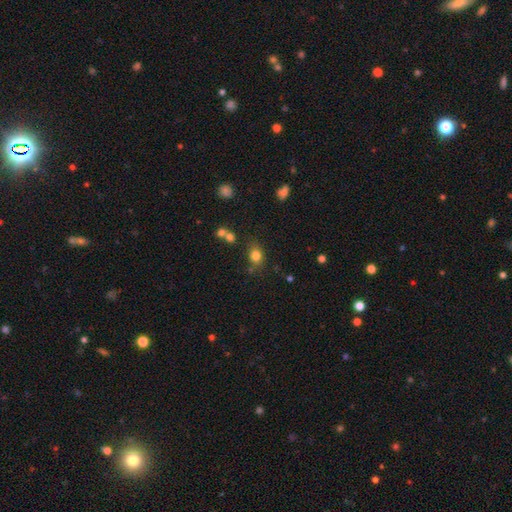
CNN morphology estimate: smooth 79%, star or artifact 13%, featured or disk 8%. Down the decision tree: how rounded — round (52%); merging — none (71%).